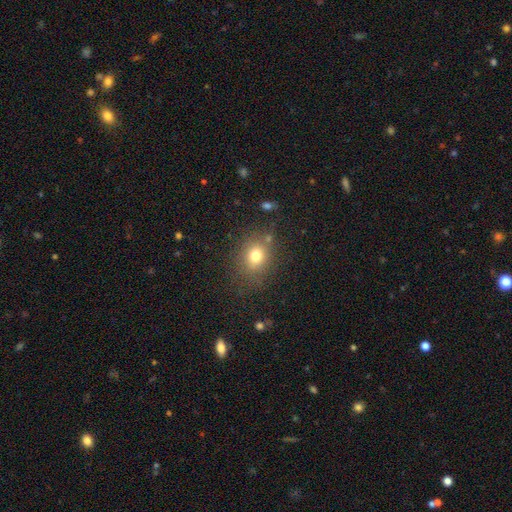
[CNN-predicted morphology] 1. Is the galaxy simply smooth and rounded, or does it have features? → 76% smooth, 14% star or artifact, 10% featured or disk.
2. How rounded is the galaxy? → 55% round, 44% in between, 1% cigar-shaped.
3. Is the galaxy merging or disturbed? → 76% none, 14% minor disturbance, 6% major disturbance, 5% merger.